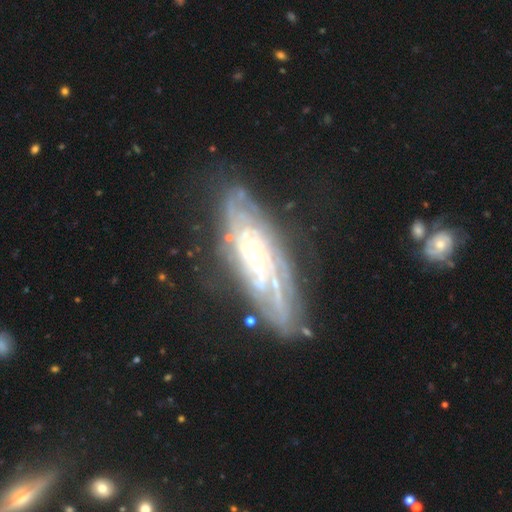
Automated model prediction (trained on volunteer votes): smooth-or-featured: featured or disk: 85% | smooth: 9% | star or artifact: 6%
  disk-edge-on: no: 81% | yes: 19%
    bar: no: 60% | weak: 28% | strong: 12%
    has-spiral-arms: yes: 94% | no: 6%
      spiral-winding: tight: 73% | medium: 22% | loose: 5%
      spiral-arm-count: can't tell: 45% | 2: 17% | 3: 13% | 4: 11% | more than 4: 9% | 1: 5%
    bulge-size: small: 63% | moderate: 31% | large: 3% | none: 2% | dominant: 1%
  merging: none: 74% | minor disturbance: 17% | major disturbance: 7% | merger: 2%